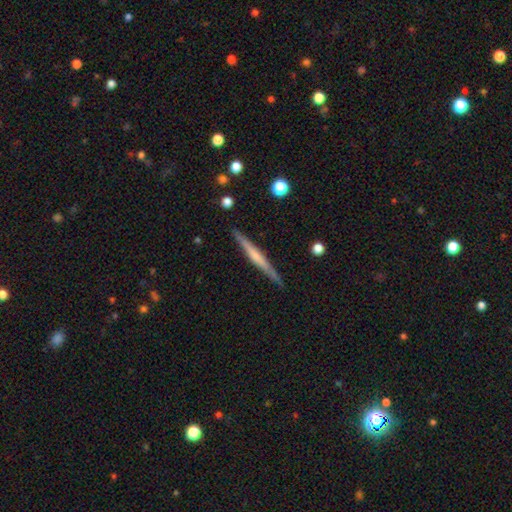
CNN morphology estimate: smooth_or_featured: featured or disk (p=0.60) [alt: smooth p=0.35]
disk_edge_on: yes (p=0.97) [alt: no p=0.03]
edge_on_bulge: none (p=0.47) [alt: rounded p=0.37]
merging: none (p=0.89) [alt: minor disturbance p=0.08]